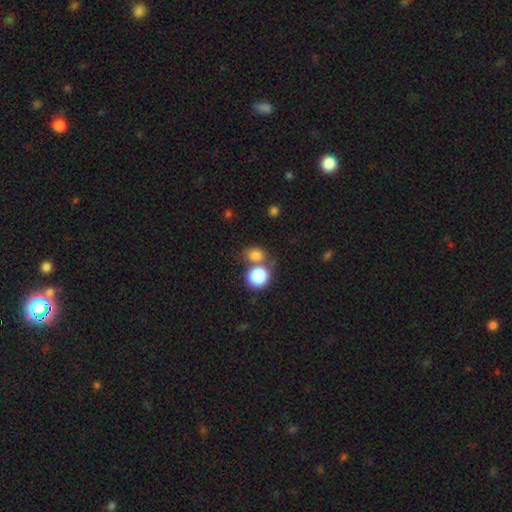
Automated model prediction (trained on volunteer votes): Smooth or featured? Predicted: smooth (p=0.81). How rounded? Predicted: round (p=0.63). Merging? Predicted: none (p=0.46).